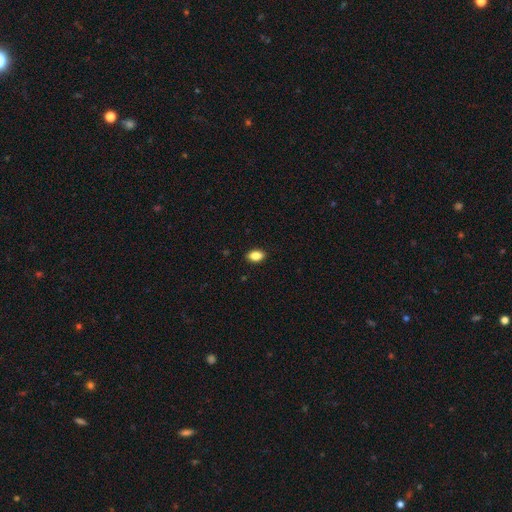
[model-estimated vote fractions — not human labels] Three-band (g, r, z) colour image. It shows a smooth galaxy with no disk features (87%) that is in between round and cigar-shaped (88%). Merging: none (90%).